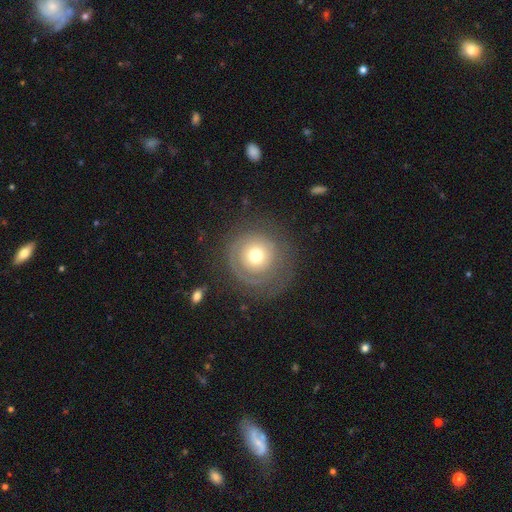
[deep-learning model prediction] Smooth or featured? Predicted: featured or disk (p=0.52). Edge-on disk? Predicted: no (p=0.97). Merging? Predicted: none (p=0.70).